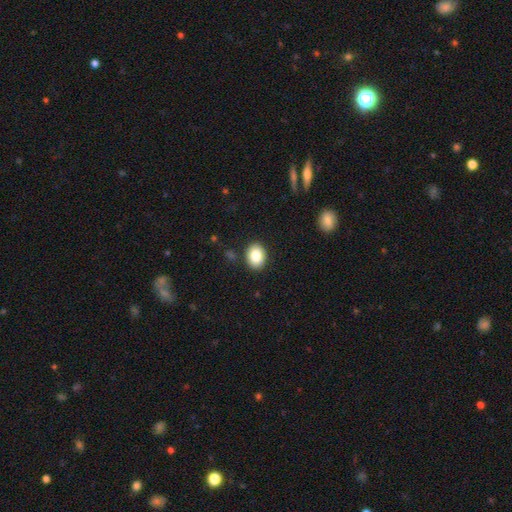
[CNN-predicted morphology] type=smooth (85%); roundness=in between (64%); merging=none (88%).